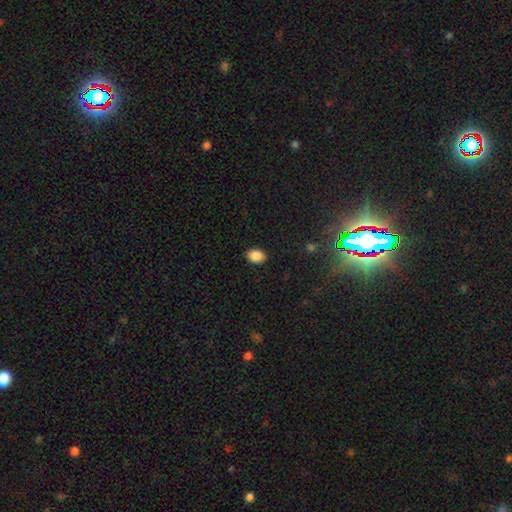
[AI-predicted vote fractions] Smooth or featured: smooth — 87% (star or artifact — 9%)
How rounded: in between — 70% (round — 29%)
Merging: none — 88% (minor disturbance — 9%)